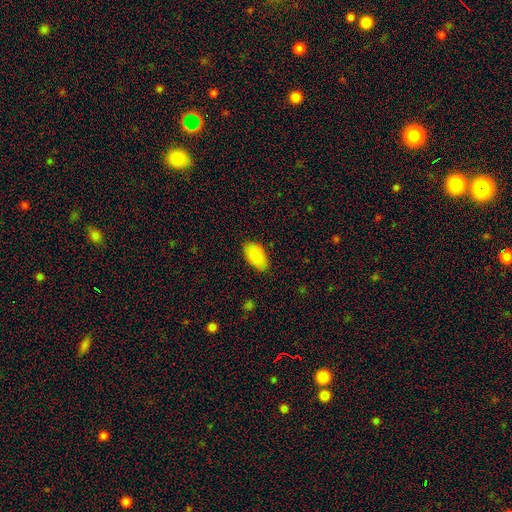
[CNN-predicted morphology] smooth 88%, star or artifact 7%, featured or disk 5%. Down the decision tree: how rounded — in between (95%); merging — none (84%).